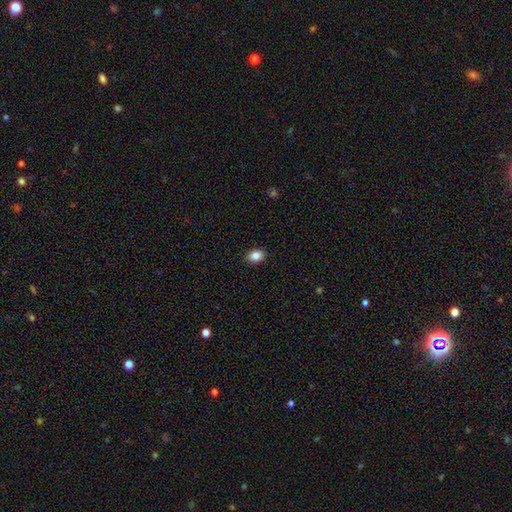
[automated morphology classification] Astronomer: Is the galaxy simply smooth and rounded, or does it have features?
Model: smooth — 85%.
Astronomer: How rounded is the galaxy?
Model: in between — 62%.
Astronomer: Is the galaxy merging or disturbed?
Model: none — 89%.